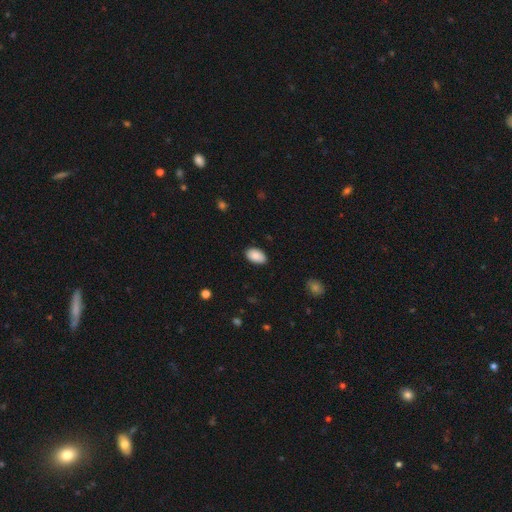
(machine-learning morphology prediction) This is clearly a smooth galaxy (87%). How rounded: clearly in between (93%). Merging: clearly none (86%).